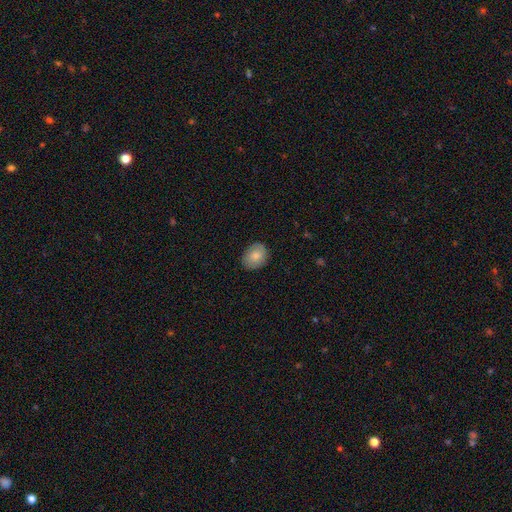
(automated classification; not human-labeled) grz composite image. It shows a smooth galaxy with no disk features (83%) that is in between round and cigar-shaped (54%). Merging: none (85%).